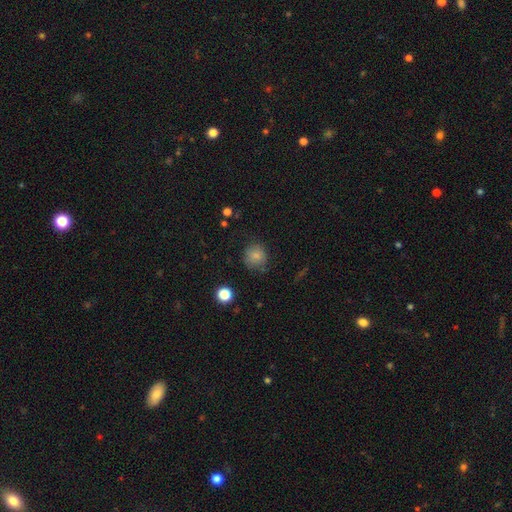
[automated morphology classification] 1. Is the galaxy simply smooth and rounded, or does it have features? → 80% smooth, 11% star or artifact, 9% featured or disk.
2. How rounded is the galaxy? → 86% round, 13% in between, 1% cigar-shaped.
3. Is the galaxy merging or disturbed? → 74% none, 18% minor disturbance, 6% major disturbance, 2% merger.